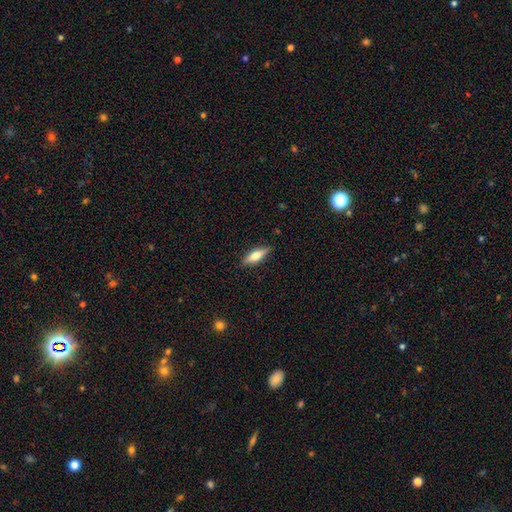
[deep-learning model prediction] Q: Smooth or featured?
A: smooth (63%); runner-up: featured or disk (31%)
Q: How rounded?
A: cigar-shaped (51%); runner-up: in between (46%)
Q: Merging?
A: none (87%); runner-up: minor disturbance (10%)